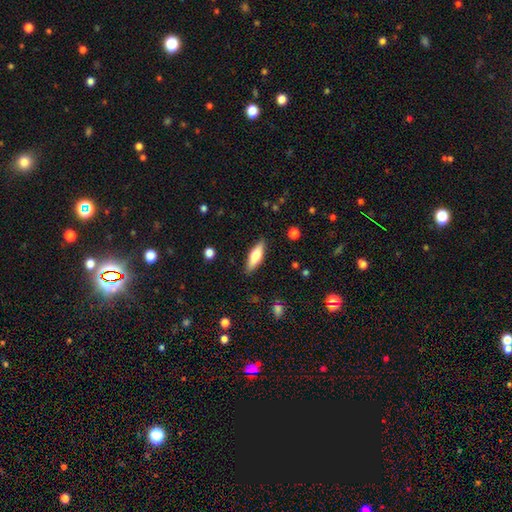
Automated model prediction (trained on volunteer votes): Q: Smooth or featured?
A: smooth (61%); runner-up: featured or disk (33%)
Q: How rounded?
A: in between (49%); runner-up: cigar-shaped (48%)
Q: Merging?
A: none (87%); runner-up: minor disturbance (9%)